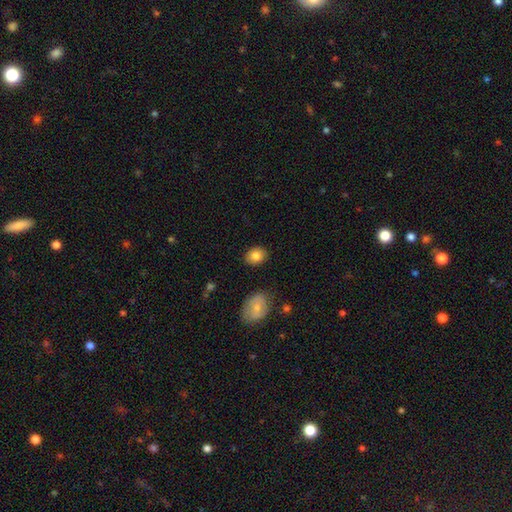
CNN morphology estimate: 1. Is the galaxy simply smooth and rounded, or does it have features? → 83% smooth, 9% star or artifact, 9% featured or disk.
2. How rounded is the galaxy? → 50% in between, 49% round, 1% cigar-shaped.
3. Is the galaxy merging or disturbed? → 87% none, 9% minor disturbance, 2% major disturbance, 2% merger.